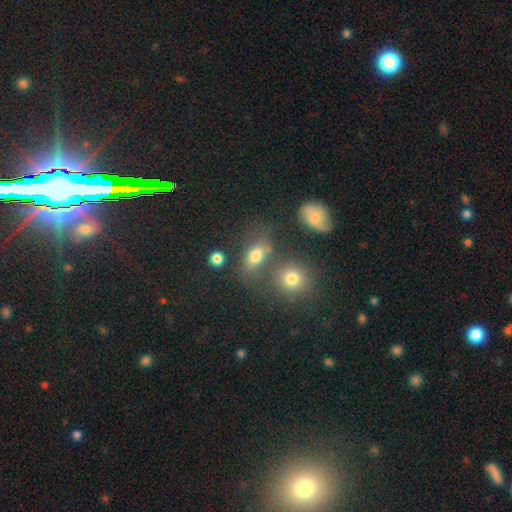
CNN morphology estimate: smooth 74%, star or artifact 15%, featured or disk 11%. Down the decision tree: how rounded — in between (68%); merging — none (58%).